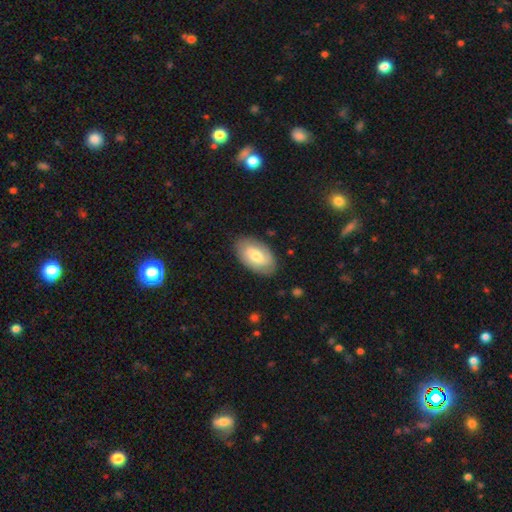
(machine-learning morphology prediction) smooth-or-featured: smooth: 59% | featured or disk: 34% | star or artifact: 6%
  how-rounded: in between: 93% | round: 5% | cigar-shaped: 2%
  merging: none: 84% | minor disturbance: 12% | major disturbance: 3% | merger: 1%